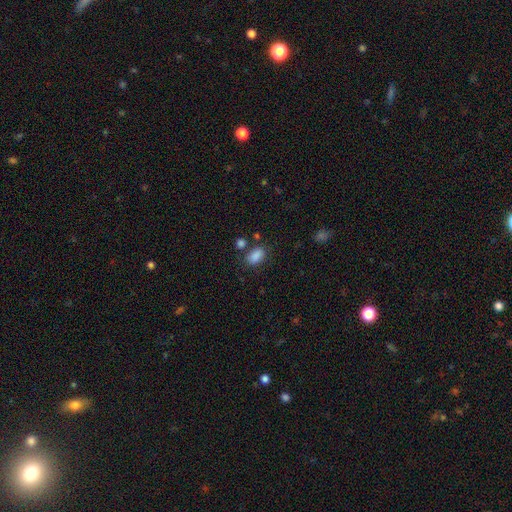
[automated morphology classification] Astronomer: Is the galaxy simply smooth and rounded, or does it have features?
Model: smooth — 86%.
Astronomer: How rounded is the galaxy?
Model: in between — 88%.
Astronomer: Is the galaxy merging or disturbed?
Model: none — 70%.